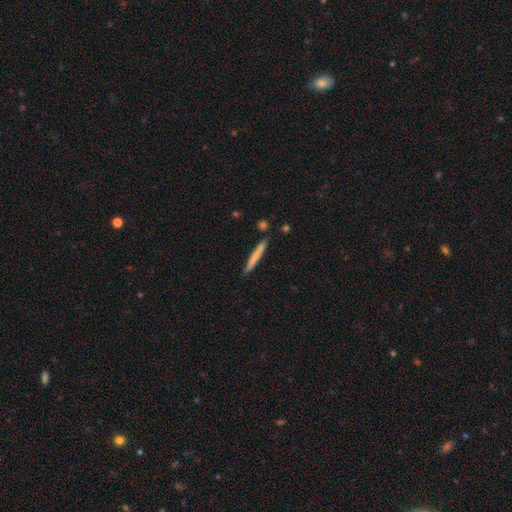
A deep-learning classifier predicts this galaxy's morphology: Smooth or featured?
  - smooth: 66% *
  - featured or disk: 28%
  - star or artifact: 5%
How rounded?
  - cigar-shaped: 96% *
  - in between: 2%
  - round: 1%
Merging?
  - none: 87% *
  - minor disturbance: 8%
  - merger: 3%
  - major disturbance: 2%